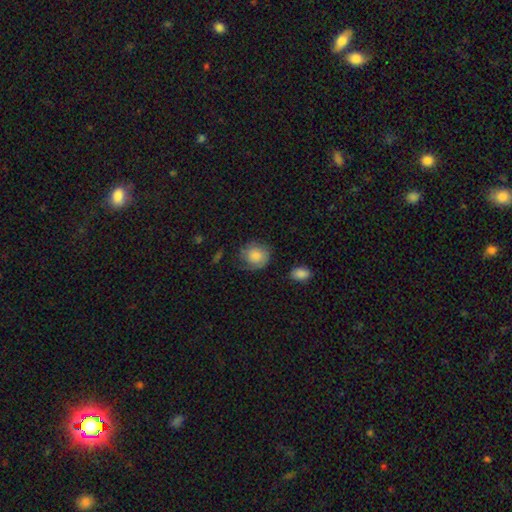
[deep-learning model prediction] The model was most divided on "merging": none: 66%, minor disturbance: 23%, major disturbance: 9%, merger: 2%. More confident: how rounded — round (82%); smooth or featured — smooth (81%).